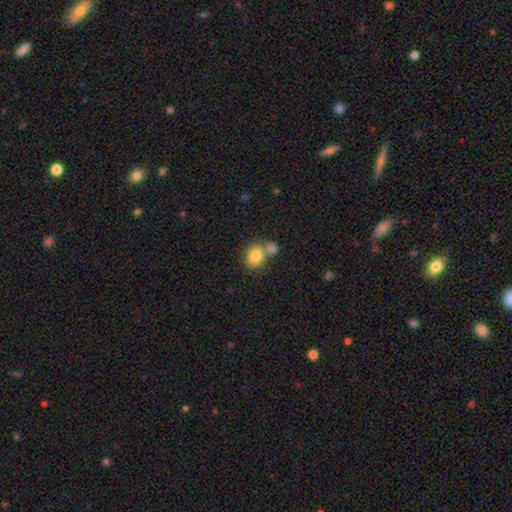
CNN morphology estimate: Smooth or featured? Predicted: smooth (p=0.82). How rounded? Predicted: round (p=0.56). Merging? Predicted: none (p=0.46).